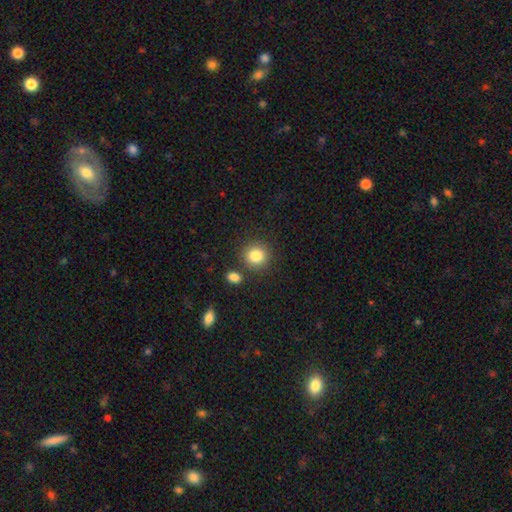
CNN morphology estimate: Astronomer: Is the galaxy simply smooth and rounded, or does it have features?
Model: smooth — 85%.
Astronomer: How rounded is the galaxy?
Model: round — 88%.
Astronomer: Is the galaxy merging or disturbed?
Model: none — 81%.